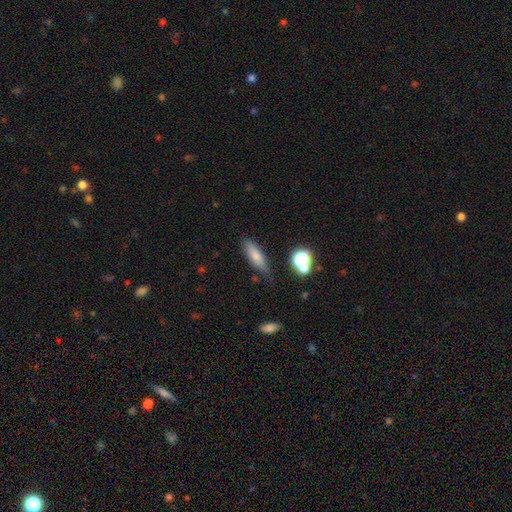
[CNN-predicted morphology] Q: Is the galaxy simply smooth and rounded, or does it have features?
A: smooth — 74%.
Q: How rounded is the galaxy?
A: cigar-shaped — 52%.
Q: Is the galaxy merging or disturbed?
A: none — 70%.